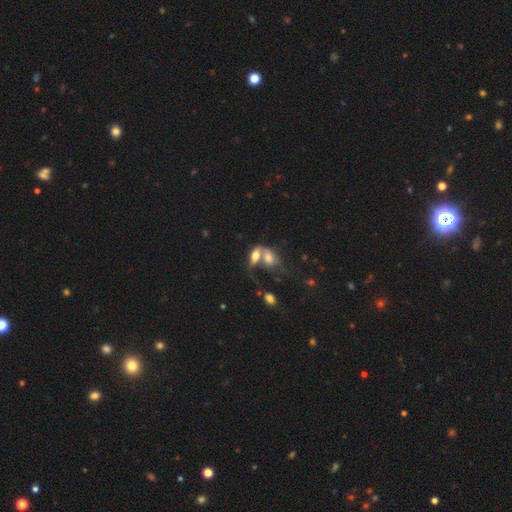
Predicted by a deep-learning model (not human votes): smooth_or_featured: smooth (p=0.67) [alt: featured or disk p=0.24]
how_rounded: in between (p=0.84) [alt: cigar-shaped p=0.08]
merging: merger (p=0.67) [alt: none p=0.19]